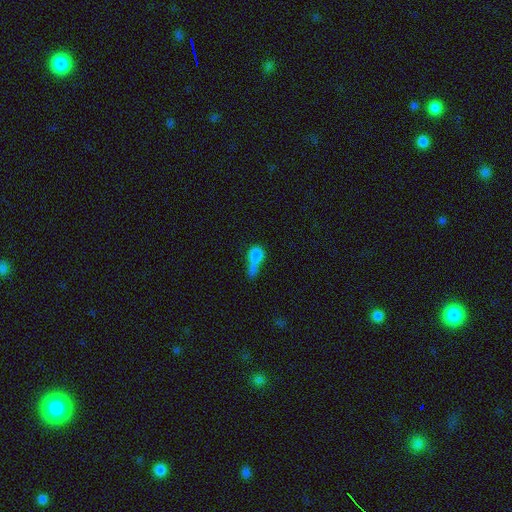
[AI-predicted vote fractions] The model was most divided on "how rounded": round: 49%, in between: 41%, cigar-shaped: 10%. Remaining: smooth or featured — smooth (76%); merging — merger (48%).